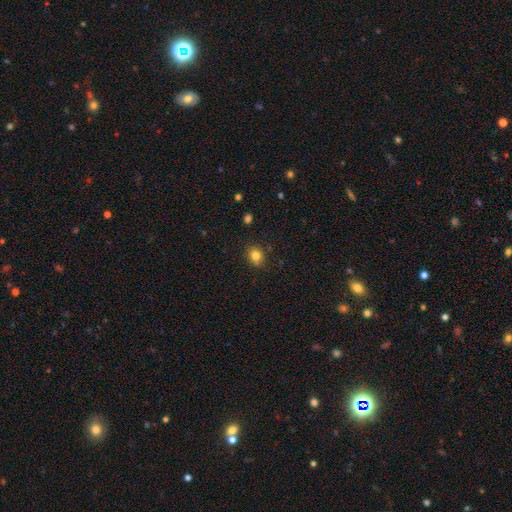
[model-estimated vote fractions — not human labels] A smooth galaxy with no disk features (81%) that is round (68%). Merging: none (82%).